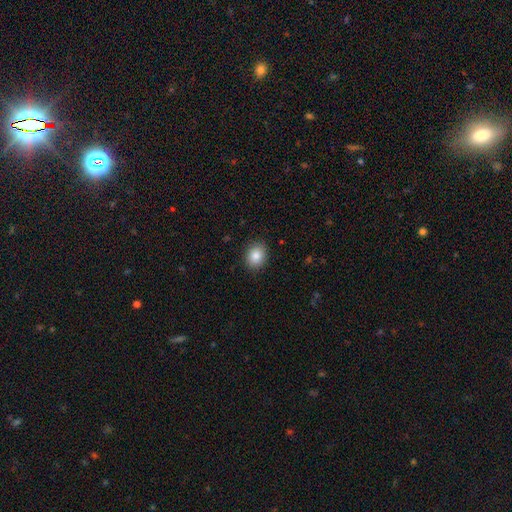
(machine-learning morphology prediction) Overall: smooth (86%). How rounded: round (54%; in between 45%). Merging: none (89%).